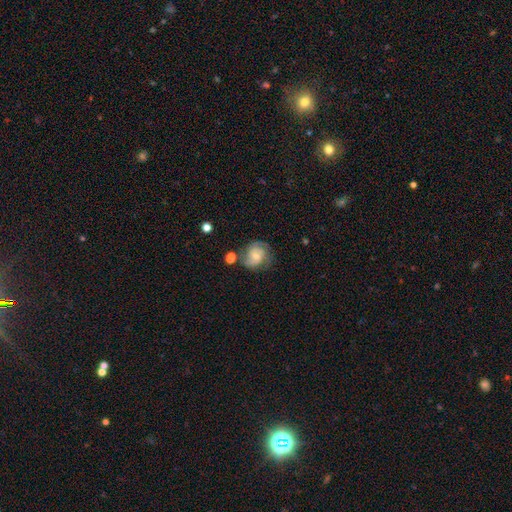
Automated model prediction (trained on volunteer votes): smooth-or-featured: featured or disk: 63% | smooth: 29% | star or artifact: 8%
  disk-edge-on: no: 98% | yes: 2%
    bar: no: 66% | weak: 29% | strong: 5%
    has-spiral-arms: yes: 89% | no: 11%
      spiral-winding: tight: 43% | medium: 42% | loose: 15%
      spiral-arm-count: 2: 50% | can't tell: 20% | 3: 18% | 1: 5% | 4: 3% | more than 4: 3%
    bulge-size: small: 54% | moderate: 36% | none: 5% | large: 4% | dominant: 1%
  merging: none: 60% | minor disturbance: 22% | major disturbance: 11% | merger: 8%